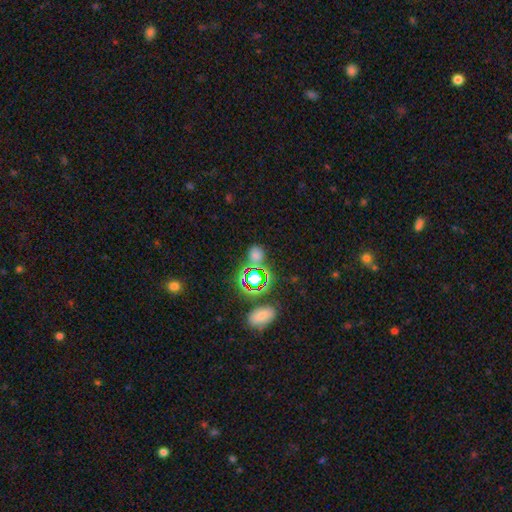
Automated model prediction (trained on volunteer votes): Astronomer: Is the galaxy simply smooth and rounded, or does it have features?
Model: smooth — 52% (runner-up: star or artifact, 40%).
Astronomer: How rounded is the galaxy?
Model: round — 62%.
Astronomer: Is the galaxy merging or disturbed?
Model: none — 71%.